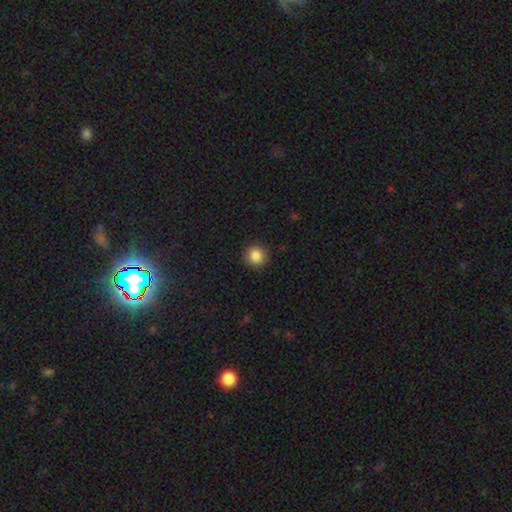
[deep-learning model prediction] Smooth or featured? Predicted: smooth (p=0.86). How rounded? Predicted: round (p=0.93). Merging? Predicted: none (p=0.91).